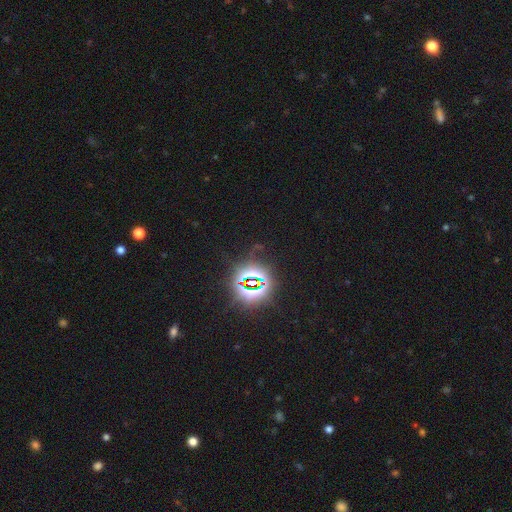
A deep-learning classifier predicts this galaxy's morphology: The model was most divided on "smooth or featured": star or artifact: 84%, smooth: 10%, featured or disk: 6%.